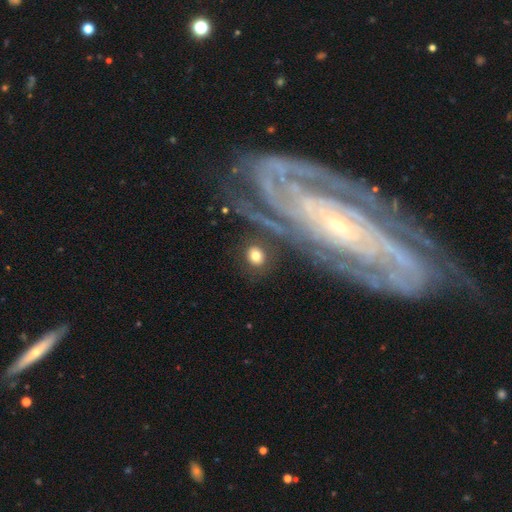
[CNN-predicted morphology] This is likely a smooth galaxy (77%). How rounded: likely round (71%). Merging: clearly none (82%).